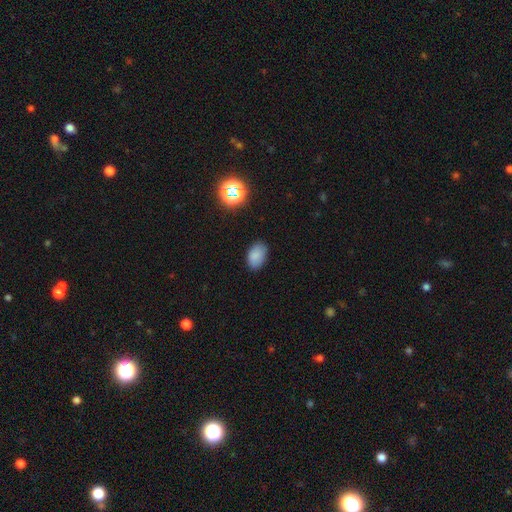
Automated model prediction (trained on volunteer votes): Smooth or featured? Predicted: smooth (p=0.84). How rounded? Predicted: in between (p=0.89). Merging? Predicted: none (p=0.85).